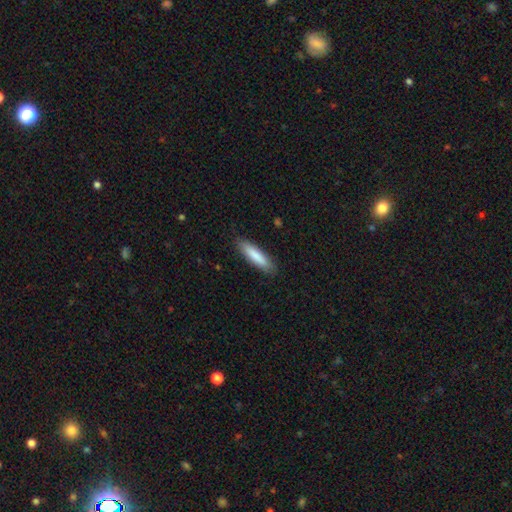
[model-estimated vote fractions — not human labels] This appears to be a smooth galaxy with no disk features (84%) that is cigar-shaped (75%). Merging: none (87%).